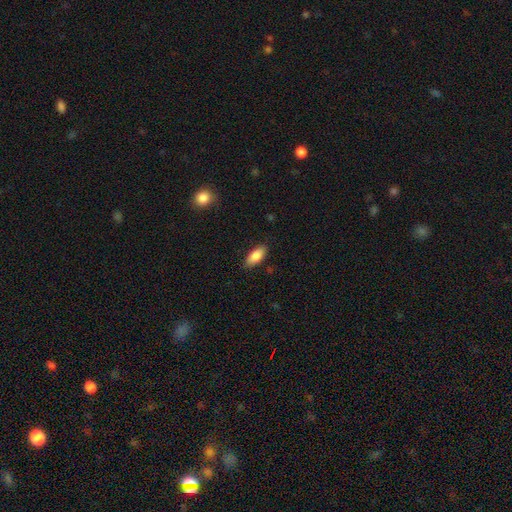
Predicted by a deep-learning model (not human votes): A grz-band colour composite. It shows a smooth galaxy with no disk features (85%) that is in between round and cigar-shaped (85%). Merging: none (85%).